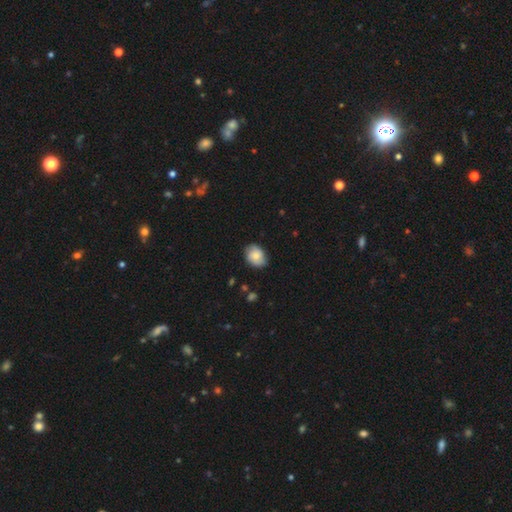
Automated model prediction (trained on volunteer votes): A smooth galaxy with no disk features (71%) that is in between round and cigar-shaped (67%). Merging: none (79%).